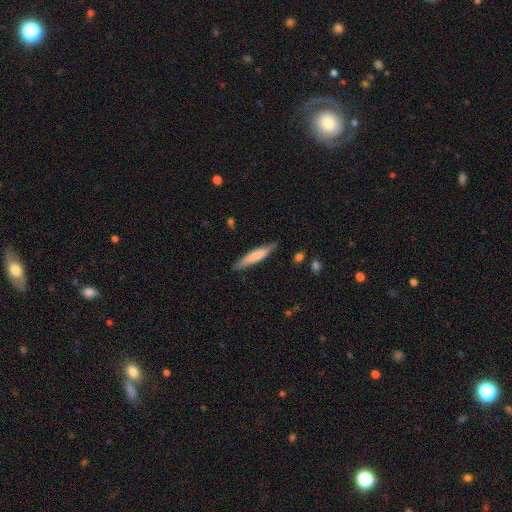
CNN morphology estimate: The model was most divided on "smooth or featured": smooth: 68%, featured or disk: 27%, star or artifact: 5%. More confident: how rounded — cigar-shaped (88%); merging — none (84%).